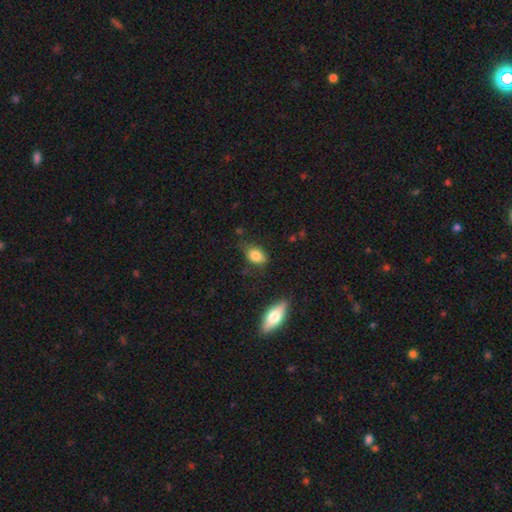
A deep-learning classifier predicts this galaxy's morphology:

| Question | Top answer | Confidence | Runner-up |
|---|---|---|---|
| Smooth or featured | smooth | 83% | featured or disk (9%) |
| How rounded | in between | 79% | round (18%) |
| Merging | none | 67% | minor disturbance (24%) |